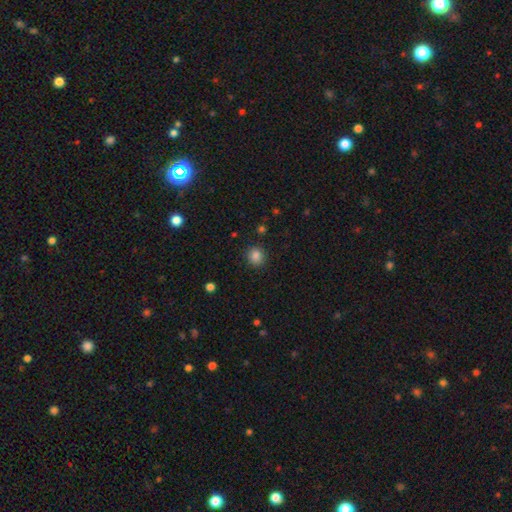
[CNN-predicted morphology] smooth_or_featured: smooth (p=0.84) [alt: star or artifact p=0.11]
how_rounded: round (p=0.86) [alt: in between p=0.13]
merging: none (p=0.89) [alt: minor disturbance p=0.07]